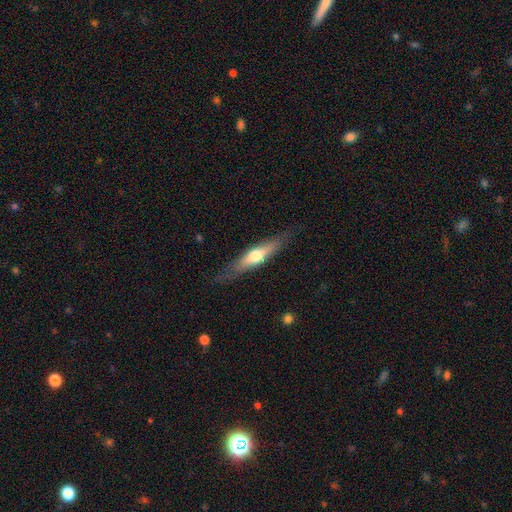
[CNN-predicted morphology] featured or disk 49%, smooth 46%, star or artifact 5%. Down the decision tree: merging — none (80%).